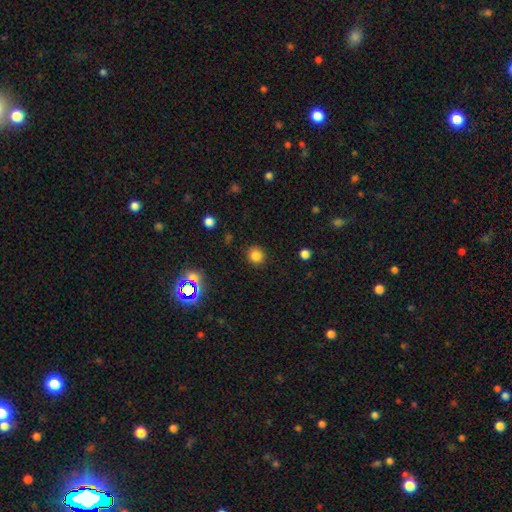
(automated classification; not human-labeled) A smooth galaxy with no disk features (82%) that is round (90%).

Vote fractions:
- Smooth or featured? smooth: 82% / star or artifact: 14% / featured or disk: 4%
- How rounded? round: 90% / in between: 9% / cigar-shaped: 1%
- Merging? none: 89% / minor disturbance: 7% / major disturbance: 3% / merger: 1%